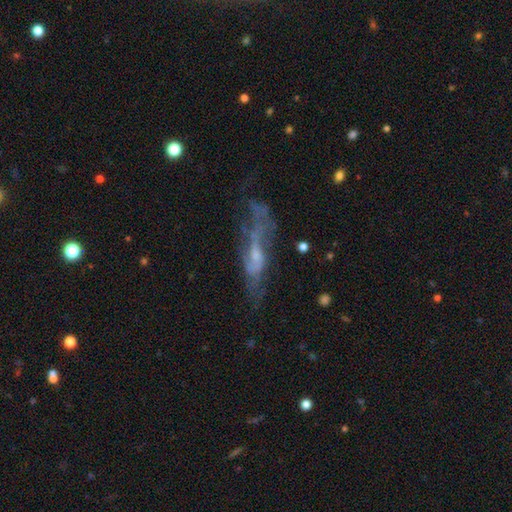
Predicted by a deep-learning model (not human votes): Morphology: type=featured or disk (63%); edge-on=no (57%); merging=none (51%).